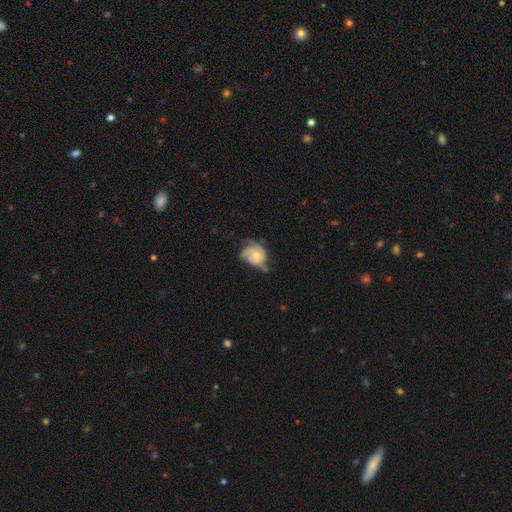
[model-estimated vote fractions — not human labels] Smooth or featured?
  - featured or disk: 53% *
  - smooth: 39%
  - star or artifact: 7%
Edge-on disk?
  - no: 97% *
  - yes: 3%
Bar?
  - no: 82% *
  - weak: 15%
  - strong: 3%
Spiral arms?
  - yes: 70% *
  - no: 30%
Bulge size?
  - moderate: 47% *
  - small: 42%
  - large: 4%
  - none: 4%
  - dominant: 1%
Merging?
  - minor disturbance: 35% *
  - none: 32%
  - major disturbance: 29%
  - merger: 4%